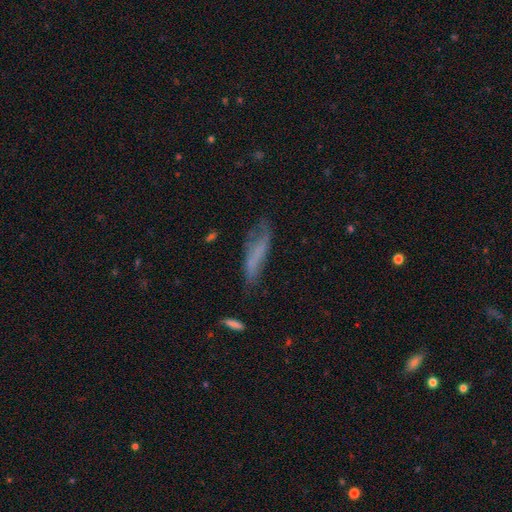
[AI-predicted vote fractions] smooth 55%, featured or disk 34%, star or artifact 11%. Down the decision tree: how rounded — cigar-shaped (67%); merging — none (51%).